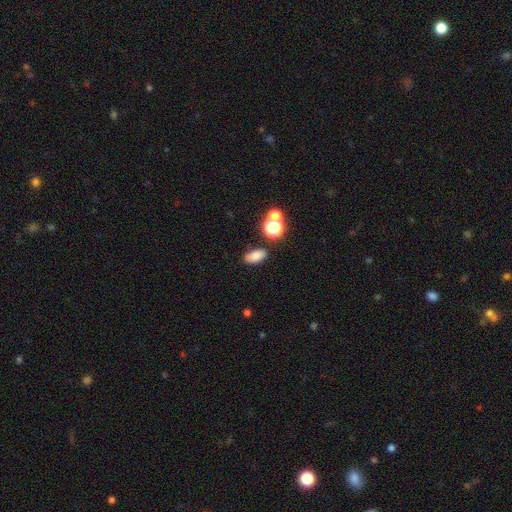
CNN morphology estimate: A smooth galaxy with no disk features (78%) that is in between round and cigar-shaped (85%).

Vote fractions:
- Smooth or featured? smooth: 78% / star or artifact: 14% / featured or disk: 8%
- How rounded? in between: 85% / round: 11% / cigar-shaped: 3%
- Merging? none: 82% / minor disturbance: 10% / merger: 5% / major disturbance: 3%